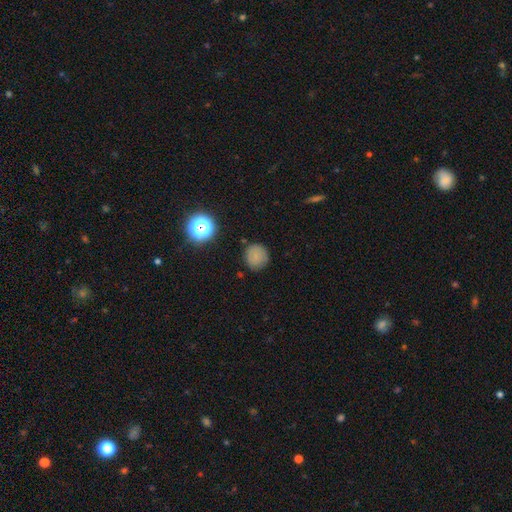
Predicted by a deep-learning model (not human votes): The model was most divided on "smooth or featured": smooth: 77%, star or artifact: 14%, featured or disk: 8%. More confident: how rounded — round (92%); merging — none (84%).